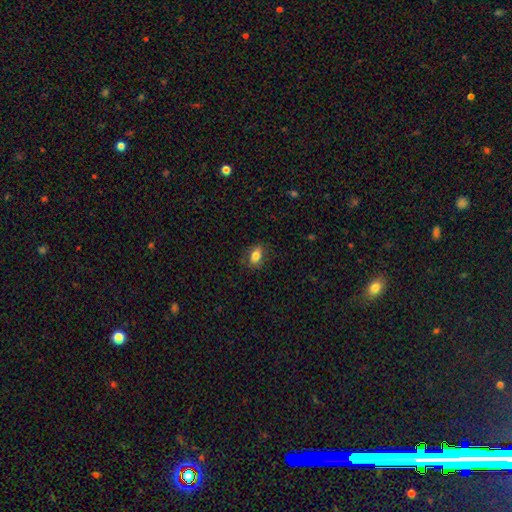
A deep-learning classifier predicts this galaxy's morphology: A smooth galaxy with no disk features (79%) that is in between round and cigar-shaped (85%). Merging: none (79%).